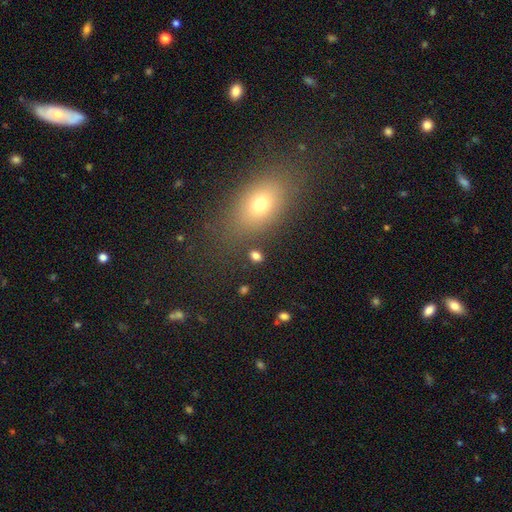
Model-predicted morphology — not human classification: This appears to be a smooth galaxy with no disk features (78%) that is in between round and cigar-shaped (57%). Merging: none (82%).